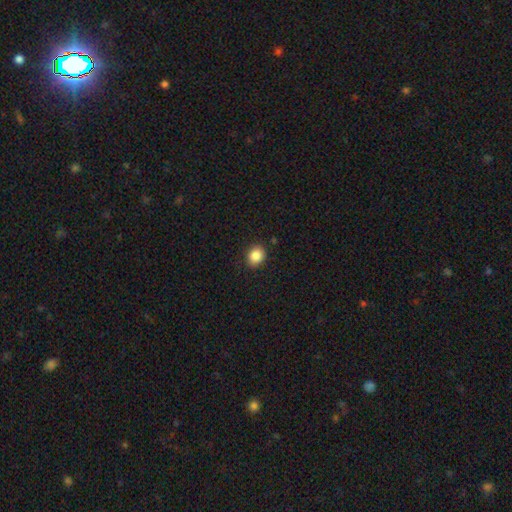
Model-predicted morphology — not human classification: type=smooth (86%); roundness=round (57%); merging=none (89%).